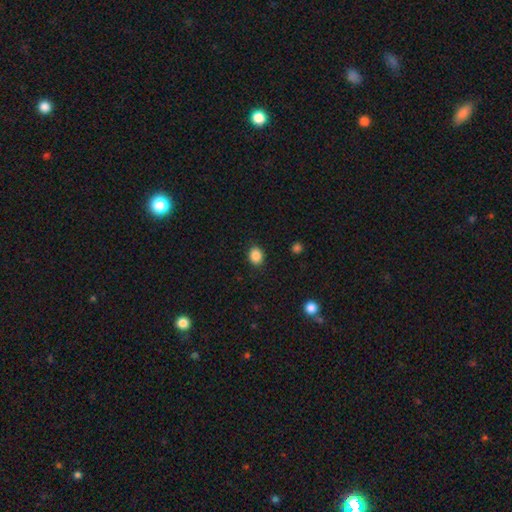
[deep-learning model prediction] Smooth or featured? Predicted: smooth (p=0.88). How rounded? Predicted: round (p=0.54). Merging? Predicted: none (p=0.89).